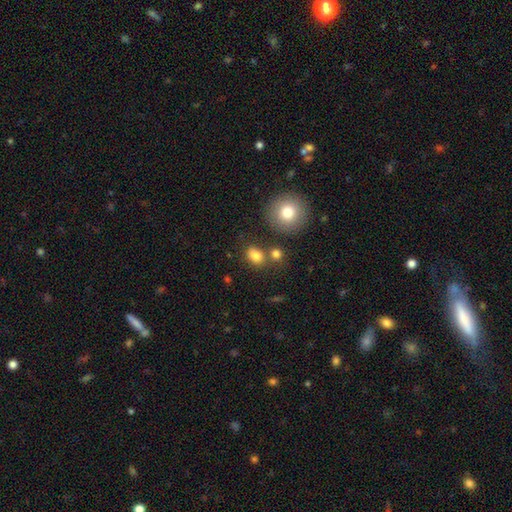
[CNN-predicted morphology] A smooth galaxy with no disk features (82%) that is in between round and cigar-shaped (65%). Merging: none (67%).